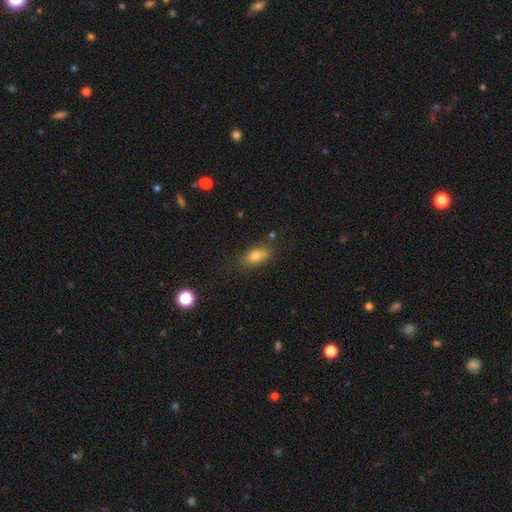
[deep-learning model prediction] Smooth or featured: smooth — 77% (featured or disk — 13%)
How rounded: in between — 81% (round — 11%)
Merging: none — 69% (minor disturbance — 19%)